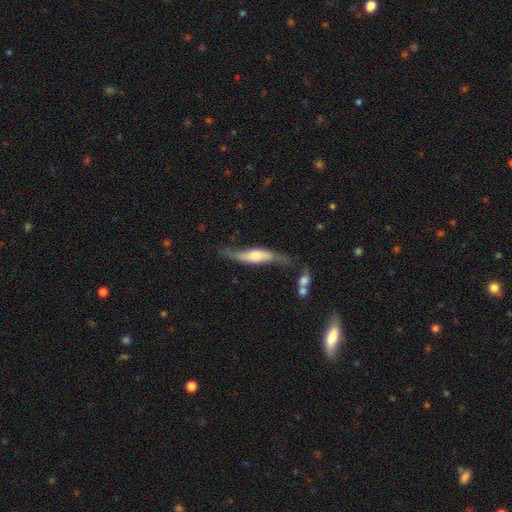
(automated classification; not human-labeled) Smooth or featured: featured or disk — 57% (smooth — 37%)
Edge-on disk: yes — 60% (no — 40%)
Merging: none — 49% (minor disturbance — 28%)